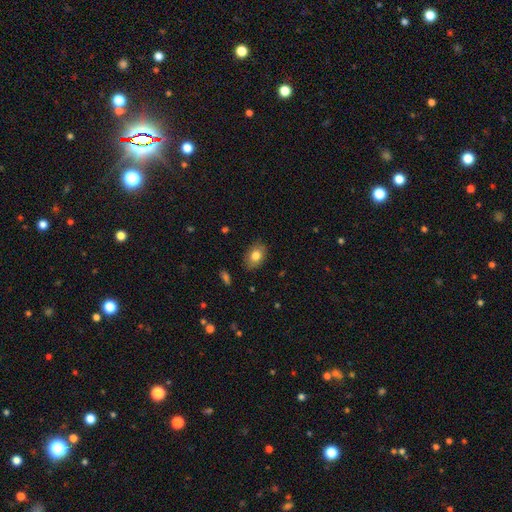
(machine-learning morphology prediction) This is clearly a smooth galaxy (80%). How rounded: likely in between (79%). Merging: clearly none (84%).